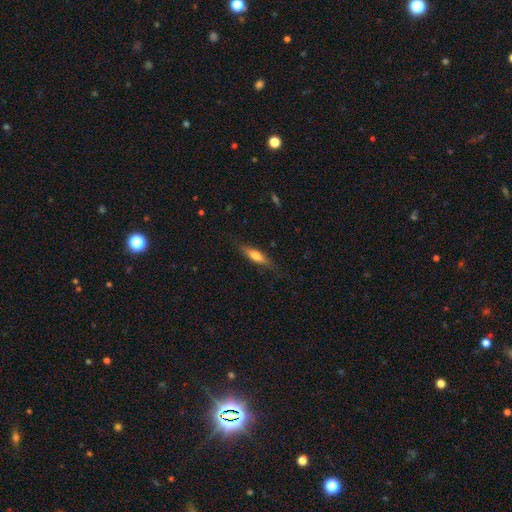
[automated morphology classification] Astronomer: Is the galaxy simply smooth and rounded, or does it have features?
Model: smooth — 58% (runner-up: featured or disk, 35%).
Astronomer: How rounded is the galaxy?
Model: cigar-shaped — 67%.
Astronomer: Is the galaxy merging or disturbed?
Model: none — 80%.